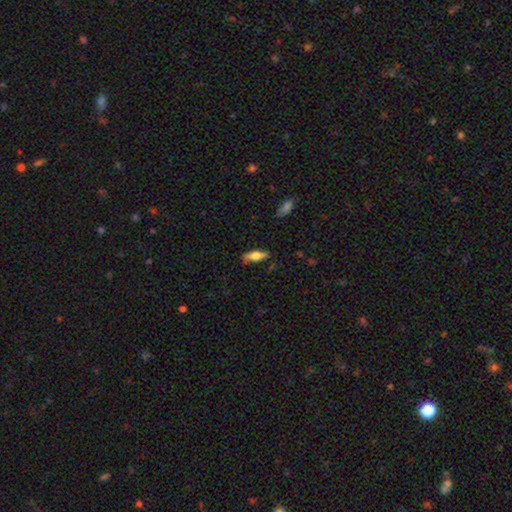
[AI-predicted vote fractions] Smooth or featured: smooth — 59% (featured or disk — 35%)
How rounded: in between — 56% (cigar-shaped — 42%)
Merging: none — 82% (minor disturbance — 14%)